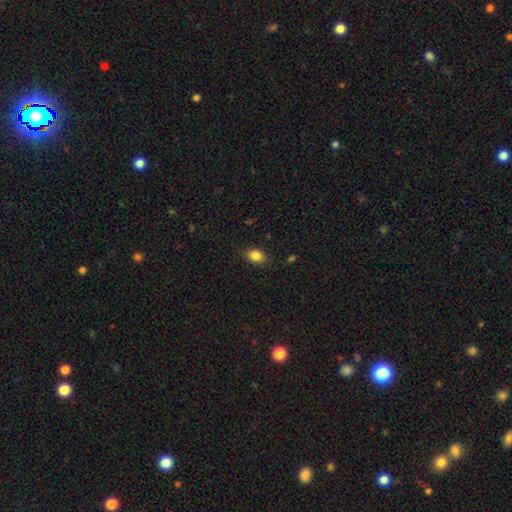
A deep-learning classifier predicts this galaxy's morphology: The model was most divided on "how rounded": in between: 75%, round: 23%, cigar-shaped: 1%. More confident: merging — none (85%); smooth or featured — smooth (85%).